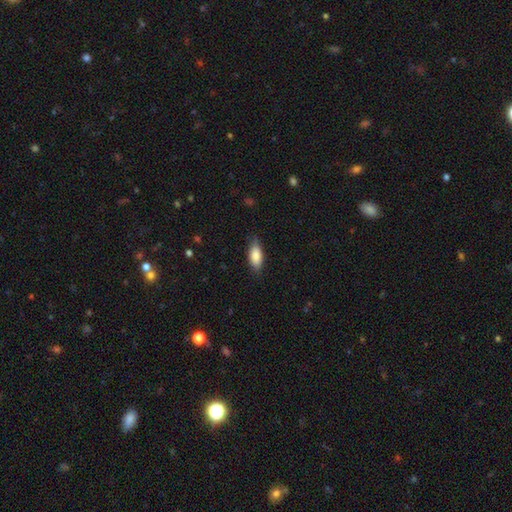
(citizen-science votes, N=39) This is likely a smooth galaxy (74%). How rounded: likely in between (69%). Merging: likely none (79%).